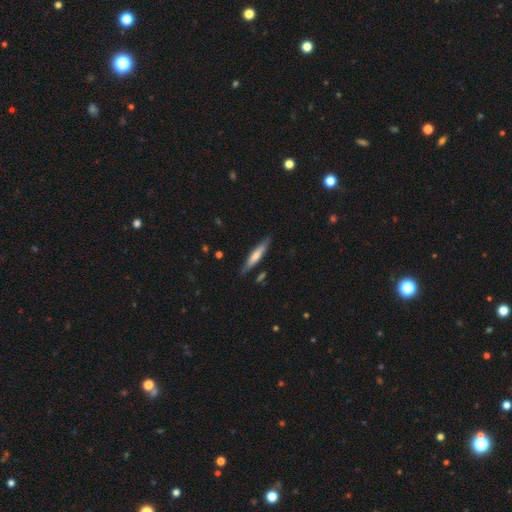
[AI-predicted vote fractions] Smooth or featured? smooth (57%)
How rounded? cigar-shaped (89%)
Merging? none (83%)